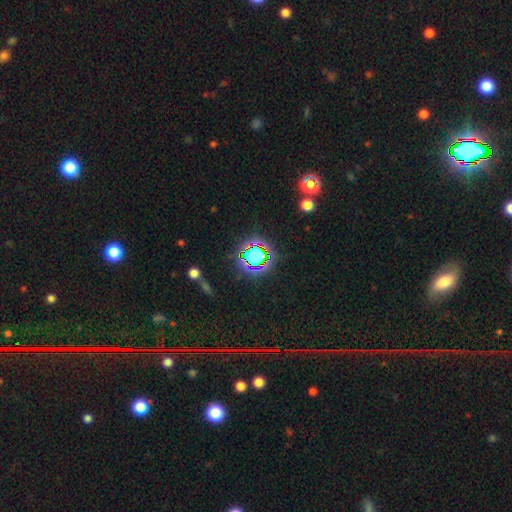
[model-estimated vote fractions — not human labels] Smooth or featured?
  - star or artifact: 63% *
  - smooth: 24%
  - featured or disk: 12%